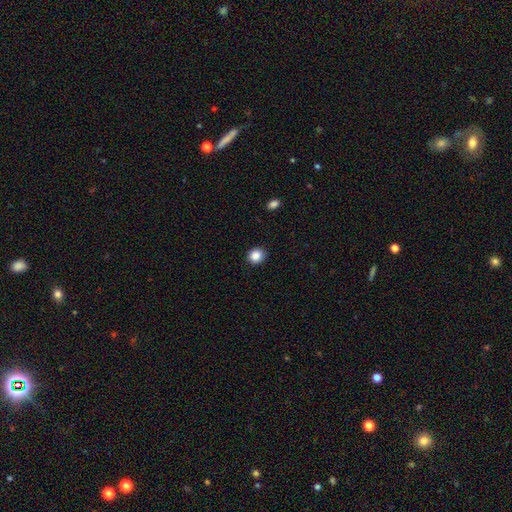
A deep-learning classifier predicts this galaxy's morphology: smooth_or_featured: smooth (p=0.87) [alt: star or artifact p=0.10]
how_rounded: round (p=0.81) [alt: in between p=0.18]
merging: none (p=0.89) [alt: minor disturbance p=0.08]